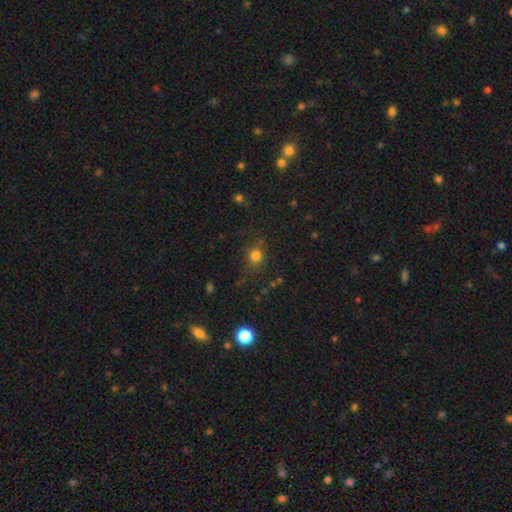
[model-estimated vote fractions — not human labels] Smooth or featured? Predicted: smooth (p=0.76). How rounded? Predicted: round (p=0.76). Merging? Predicted: none (p=0.77).